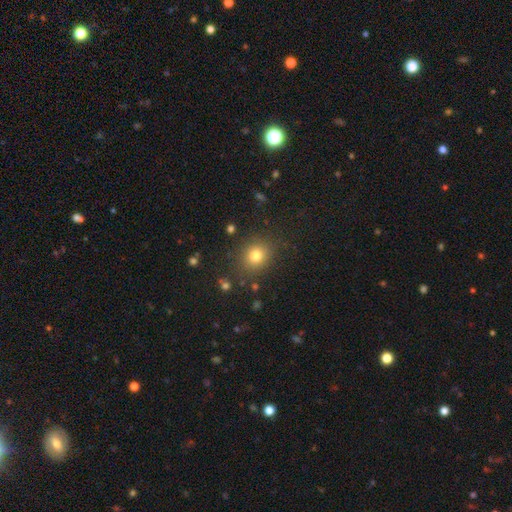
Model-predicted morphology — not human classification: The model was most divided on "how rounded": round: 79%, in between: 20%, cigar-shaped: 1%. More confident: merging — none (85%); smooth or featured — smooth (78%).